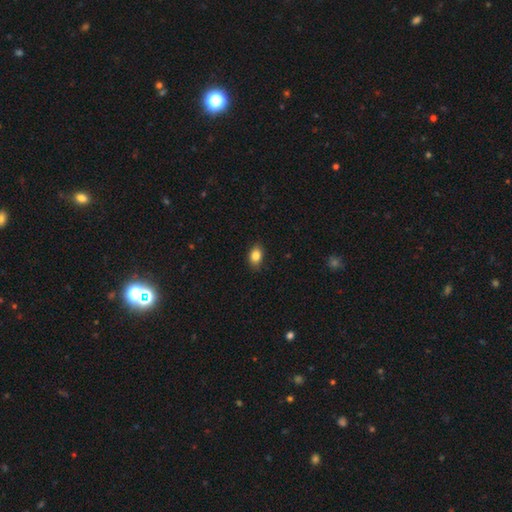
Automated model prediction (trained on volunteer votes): smooth 85%, star or artifact 9%, featured or disk 7%. Down the decision tree: how rounded — in between (81%); merging — none (87%).